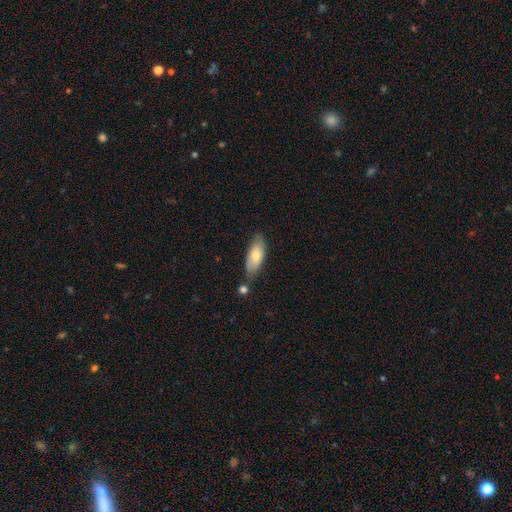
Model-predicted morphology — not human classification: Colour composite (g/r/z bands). It shows a smooth galaxy with no disk features (71%) that is in between round and cigar-shaped (80%). Merging: none (64%).